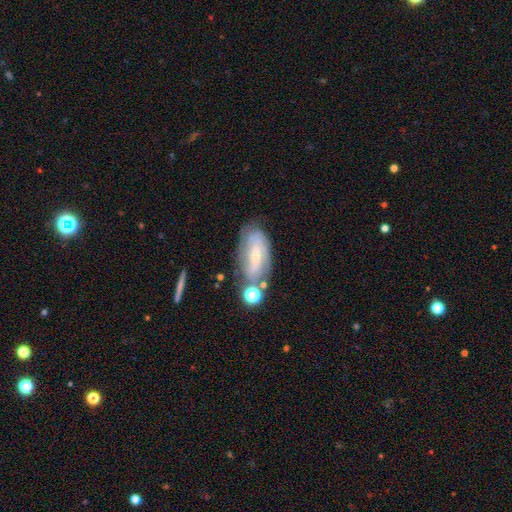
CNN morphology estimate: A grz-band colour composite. It shows a featured or disk galaxy (69%) with no bar (46%), tight (54%) spiral arms (84%) and a small central bulge (71%). Merging: none (60%).